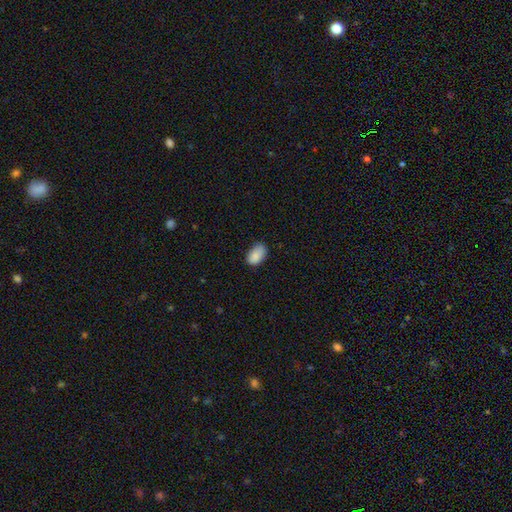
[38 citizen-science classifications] Morphology: type=smooth (87%); roundness=in between (100%); merging=none (60%).